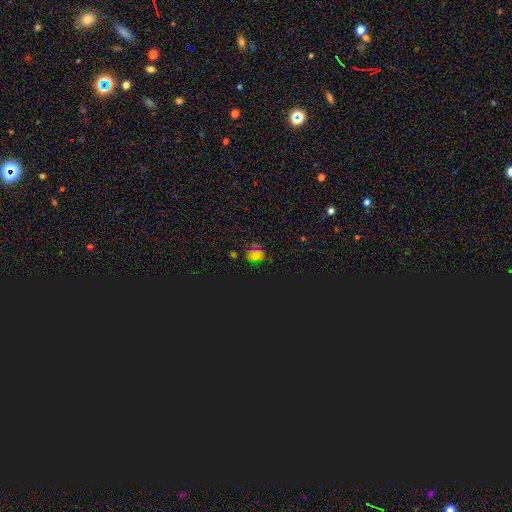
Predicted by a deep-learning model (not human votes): smooth_or_featured: star or artifact (p=0.60) [alt: smooth p=0.28]